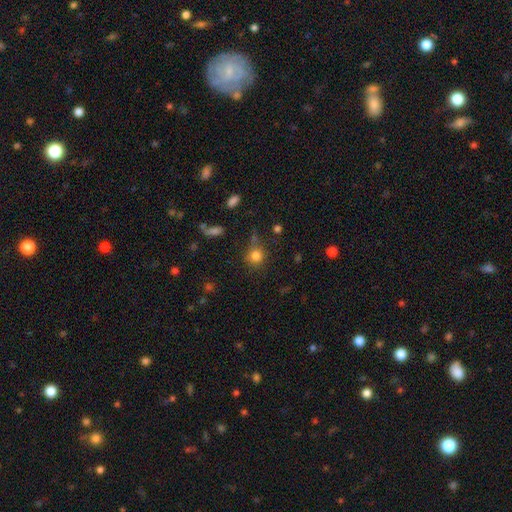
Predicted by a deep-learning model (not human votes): A smooth galaxy with no disk features (81%) that is round (85%).

Vote fractions:
- Smooth or featured? smooth: 81% / star or artifact: 13% / featured or disk: 6%
- How rounded? round: 85% / in between: 14% / cigar-shaped: 1%
- Merging? none: 71% / minor disturbance: 17% / merger: 6% / major disturbance: 6%